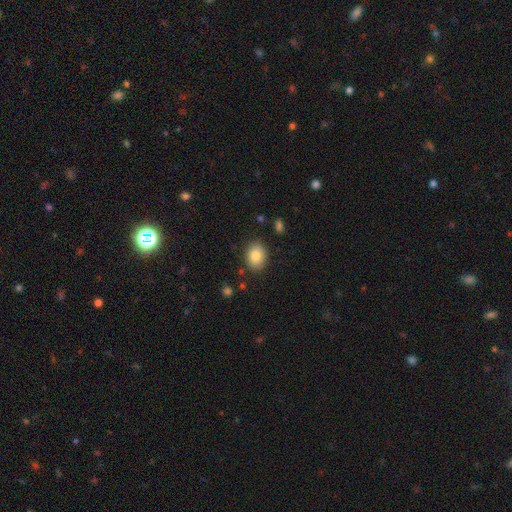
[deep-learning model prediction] A smooth galaxy with no disk features (83%) that is in between round and cigar-shaped (65%).

Vote fractions:
- Smooth or featured? smooth: 83% / featured or disk: 8% / star or artifact: 8%
- How rounded? in between: 65% / round: 34% / cigar-shaped: 1%
- Merging? none: 85% / minor disturbance: 10% / major disturbance: 3% / merger: 2%